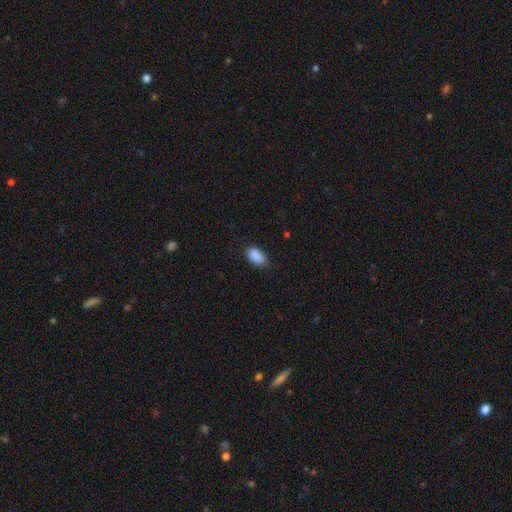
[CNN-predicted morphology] This appears to be a smooth galaxy with no disk features (90%) that is in between round and cigar-shaped (93%). Merging: none (83%).